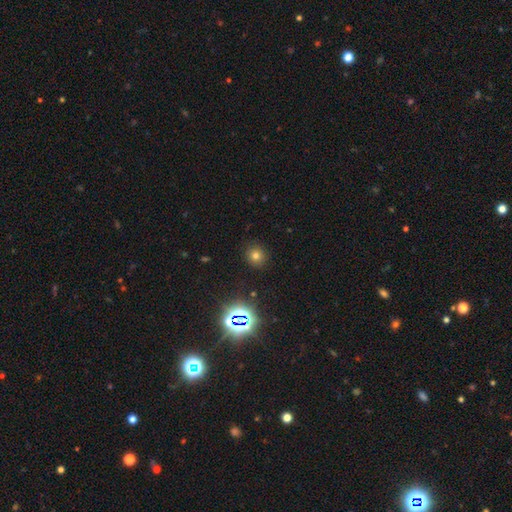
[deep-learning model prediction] A smooth galaxy with no disk features (70%) that is round (89%). Merging: none (89%).